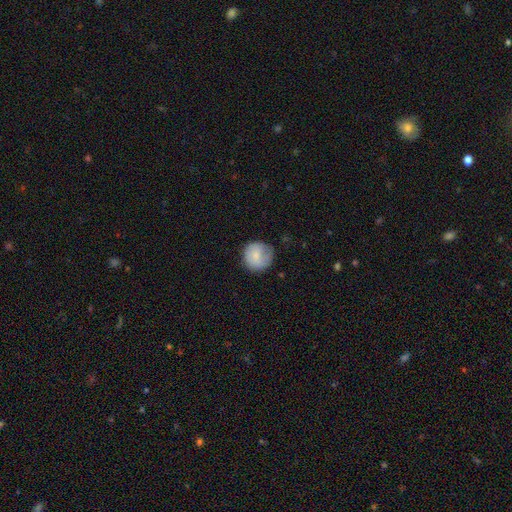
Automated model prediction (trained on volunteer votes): Morphology: type=smooth (77%); roundness=round (91%); merging=none (70%).